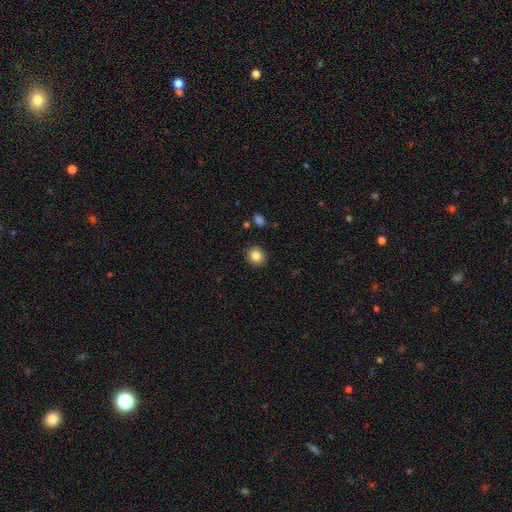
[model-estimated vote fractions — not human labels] This is clearly a smooth galaxy (84%). How rounded: clearly round (88%). Merging: clearly none (90%).